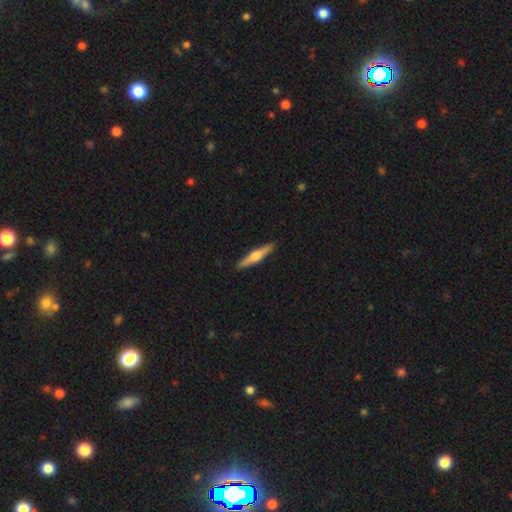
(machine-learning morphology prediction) smooth_or_featured: featured or disk (p=0.63) [alt: smooth p=0.32]
disk_edge_on: yes (p=0.97) [alt: no p=0.03]
edge_on_bulge: rounded (p=0.92) [alt: boxy p=0.05]
merging: none (p=0.92) [alt: minor disturbance p=0.06]